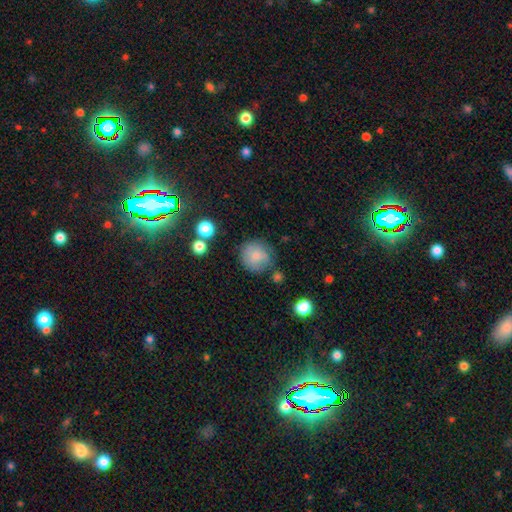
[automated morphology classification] Q: Smooth or featured?
A: smooth (77%); runner-up: featured or disk (15%)
Q: How rounded?
A: round (91%); runner-up: in between (8%)
Q: Merging?
A: none (68%); runner-up: minor disturbance (20%)